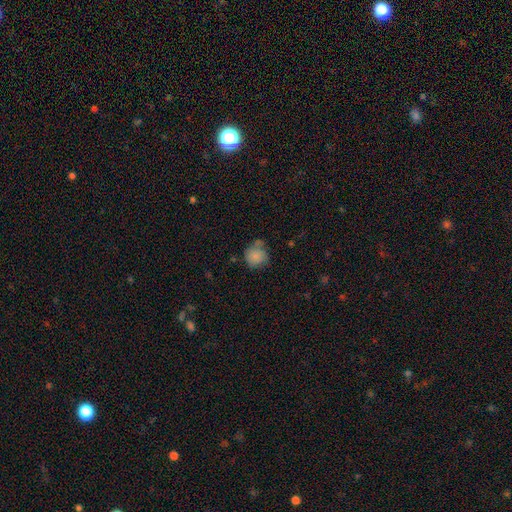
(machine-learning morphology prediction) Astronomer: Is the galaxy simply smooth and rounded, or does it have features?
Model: smooth — 83%.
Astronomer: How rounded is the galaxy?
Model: round — 86%.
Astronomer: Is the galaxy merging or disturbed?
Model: none — 56%.